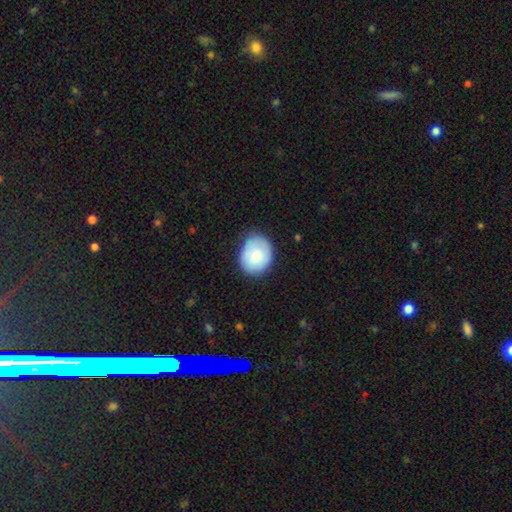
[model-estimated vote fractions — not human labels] smooth_or_featured: smooth (p=0.79) [alt: featured or disk p=0.14]
how_rounded: round (p=0.54) [alt: in between p=0.45]
merging: none (p=0.74) [alt: minor disturbance p=0.21]